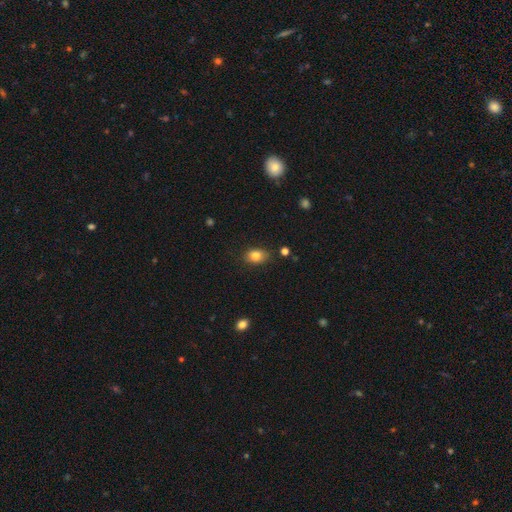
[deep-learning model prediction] smooth 82%, star or artifact 10%, featured or disk 8%. Down the decision tree: how rounded — in between (76%); merging — none (81%).